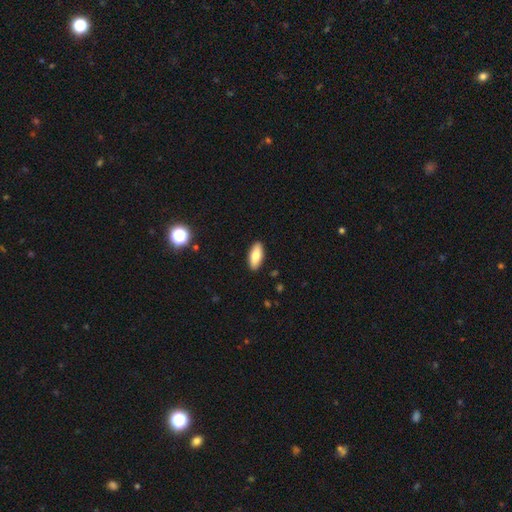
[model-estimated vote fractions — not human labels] Smooth or featured?
  - smooth: 80% *
  - featured or disk: 14%
  - star or artifact: 7%
How rounded?
  - in between: 80% *
  - cigar-shaped: 18%
  - round: 2%
Merging?
  - none: 90% *
  - minor disturbance: 7%
  - major disturbance: 2%
  - merger: 1%